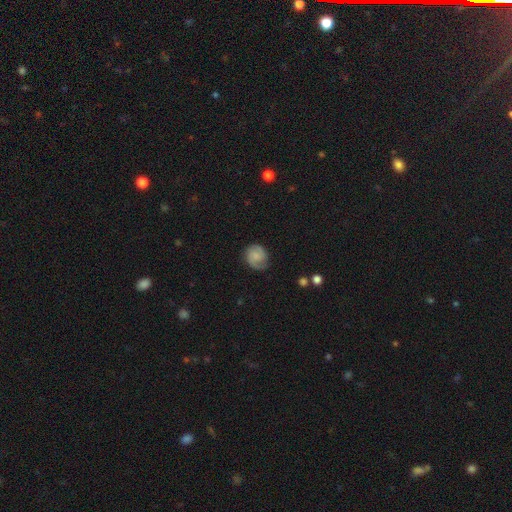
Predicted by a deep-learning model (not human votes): smooth_or_featured: featured or disk (p=0.48) [alt: smooth p=0.44]
merging: none (p=0.67) [alt: minor disturbance p=0.23]